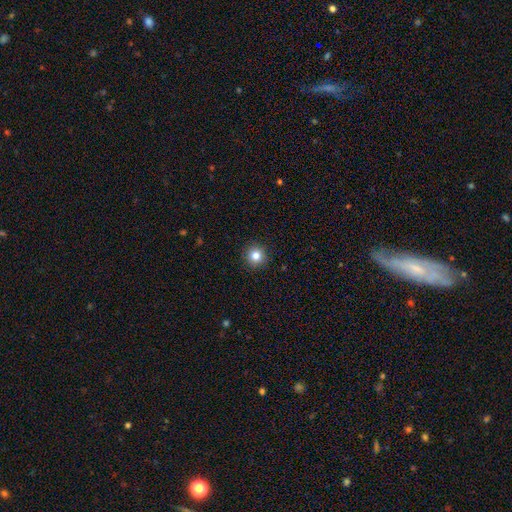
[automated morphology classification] smooth-or-featured: smooth: 83% | star or artifact: 11% | featured or disk: 6%
  how-rounded: round: 95% | in between: 4% | cigar-shaped: 1%
  merging: none: 93% | minor disturbance: 5% | major disturbance: 2% | merger: 1%